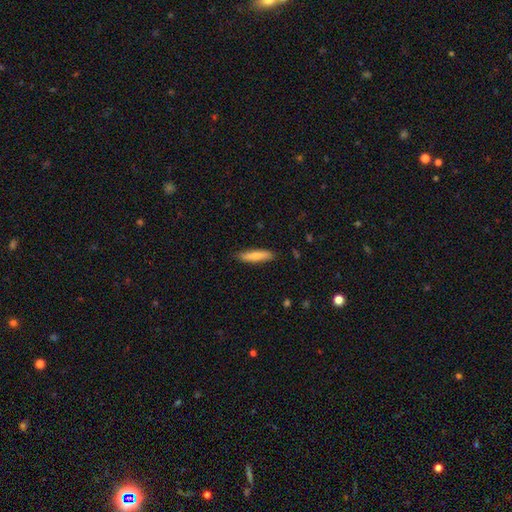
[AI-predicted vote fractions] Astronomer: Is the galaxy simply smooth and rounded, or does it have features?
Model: smooth — 80%.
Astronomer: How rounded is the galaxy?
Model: cigar-shaped — 81%.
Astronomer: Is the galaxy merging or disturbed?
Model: none — 85%.